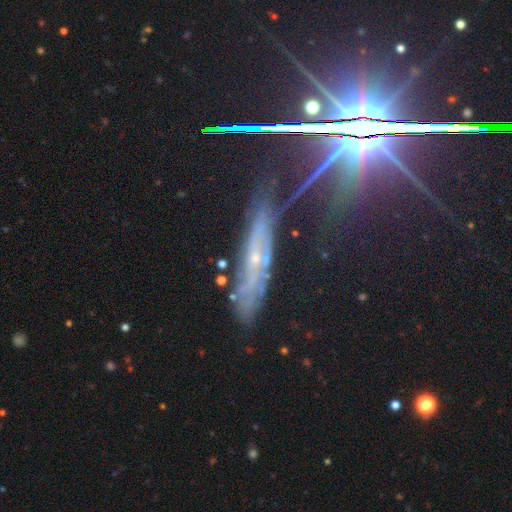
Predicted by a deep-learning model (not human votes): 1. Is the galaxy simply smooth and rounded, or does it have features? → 62% featured or disk, 22% star or artifact, 15% smooth.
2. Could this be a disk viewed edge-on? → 54% yes, 46% no.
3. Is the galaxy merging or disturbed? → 74% none, 18% minor disturbance, 5% major disturbance, 2% merger.